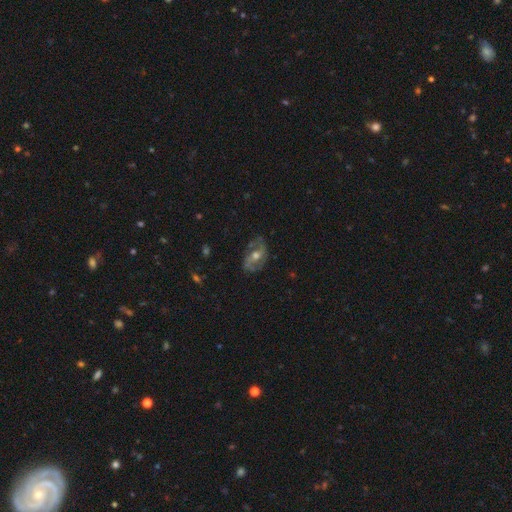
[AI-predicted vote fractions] Morphology: type=featured or disk (73%); edge-on=no (94%); bar=no (48%); spiral arms=yes (79%); winding=medium (45%); arm count=2 (69%); bulge=moderate (71%); merging=none (70%).